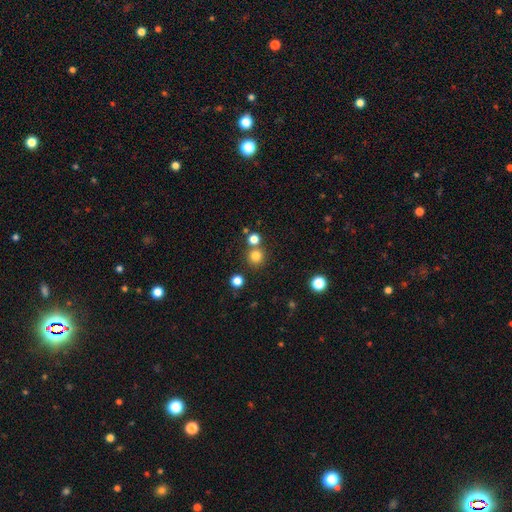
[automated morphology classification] smooth-or-featured: smooth: 79% | star or artifact: 15% | featured or disk: 6%
  how-rounded: round: 94% | in between: 5% | cigar-shaped: 1%
  merging: none: 76% | merger: 15% | minor disturbance: 6% | major disturbance: 3%